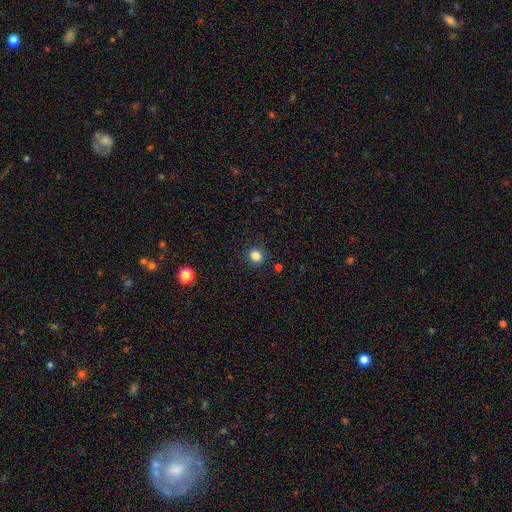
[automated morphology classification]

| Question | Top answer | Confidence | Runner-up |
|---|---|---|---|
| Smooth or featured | smooth | 84% | star or artifact (12%) |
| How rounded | round | 85% | in between (14%) |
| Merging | none | 90% | minor disturbance (7%) |